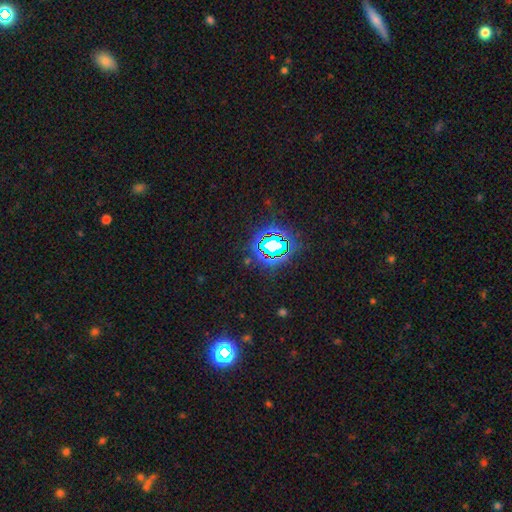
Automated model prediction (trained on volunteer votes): Q: Smooth or featured?
A: star or artifact (80%); runner-up: smooth (13%)